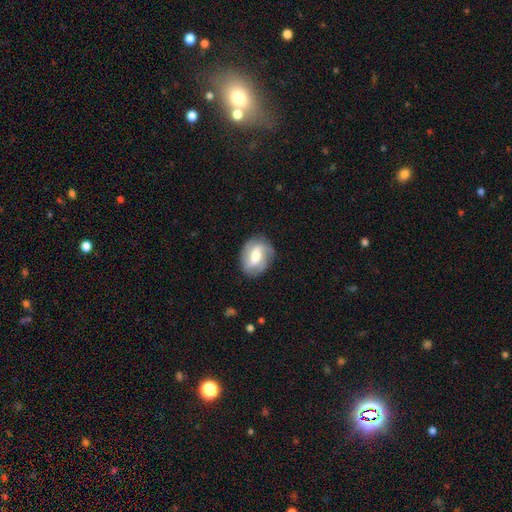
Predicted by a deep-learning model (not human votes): Q: Smooth or featured?
A: featured or disk (63%); runner-up: smooth (30%)
Q: Edge-on disk?
A: no (95%); runner-up: yes (5%)
Q: Bar?
A: weak (46%); runner-up: strong (30%)
Q: Spiral arms?
A: yes (85%); runner-up: no (15%)
Q: Spiral winding?
A: medium (41%); runner-up: tight (32%)
Q: Spiral arm count?
A: 2 (48%); runner-up: 3 (23%)
Q: Bulge size?
A: moderate (59%); runner-up: small (20%)
Q: Merging?
A: none (78%); runner-up: minor disturbance (15%)